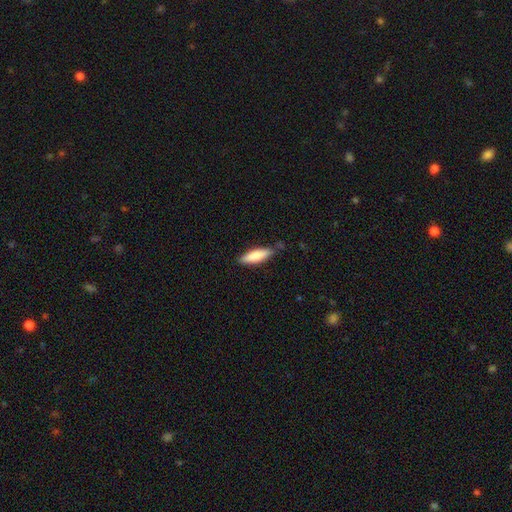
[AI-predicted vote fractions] Smooth or featured? smooth (77%)
How rounded? cigar-shaped (58%)
Merging? none (78%)